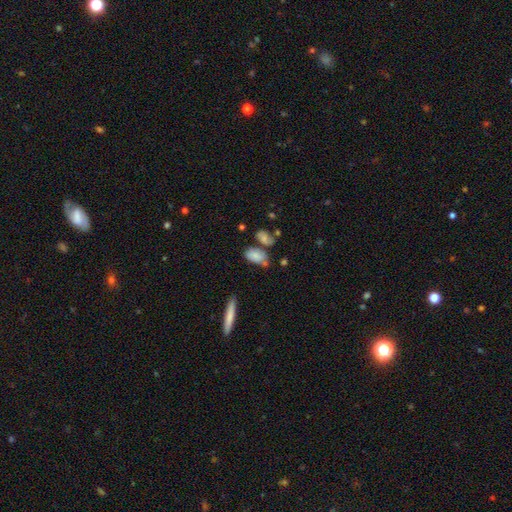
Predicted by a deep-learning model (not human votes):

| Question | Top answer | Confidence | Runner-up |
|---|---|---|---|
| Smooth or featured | smooth | 75% | featured or disk (16%) |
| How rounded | in between | 88% | cigar-shaped (6%) |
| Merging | none | 48% | minor disturbance (22%) |